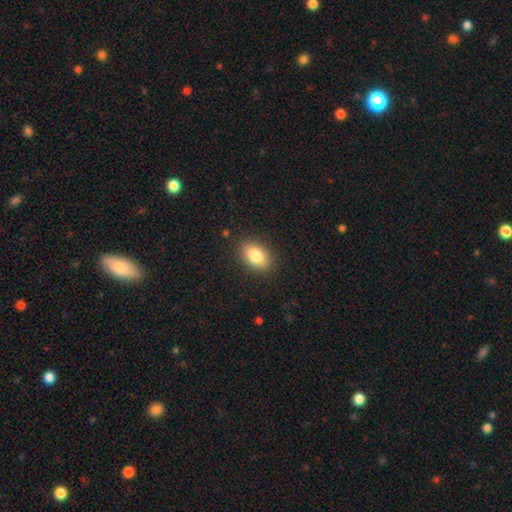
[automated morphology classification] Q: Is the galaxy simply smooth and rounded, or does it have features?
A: smooth — 83%.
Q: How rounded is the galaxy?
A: in between — 87%.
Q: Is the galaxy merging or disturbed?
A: none — 87%.